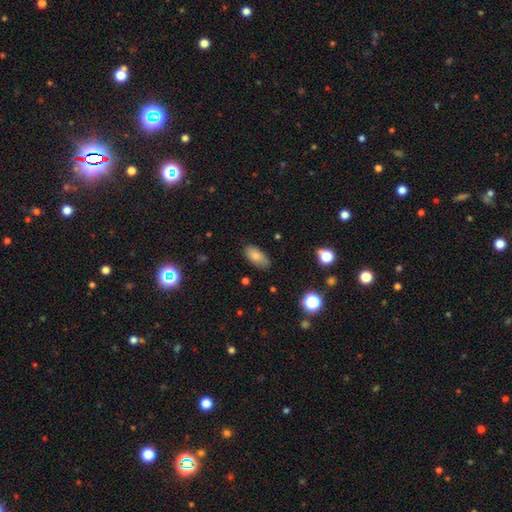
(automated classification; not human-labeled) The model was most divided on "merging": none: 79%, minor disturbance: 16%, major disturbance: 3%, merger: 1%. More confident: how rounded — in between (91%); smooth or featured — smooth (81%).